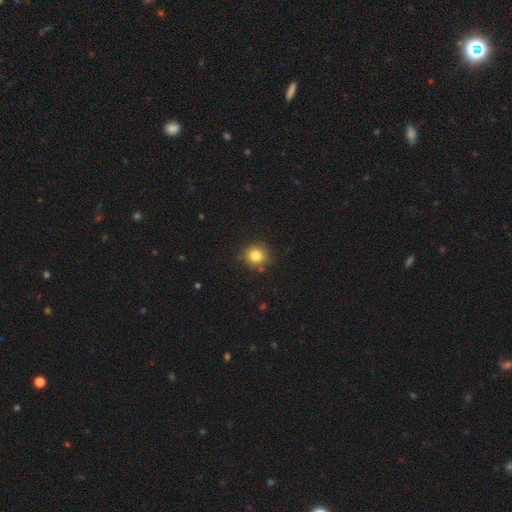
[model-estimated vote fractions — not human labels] A smooth galaxy with no disk features (83%) that is round (92%). Merging: none (86%).